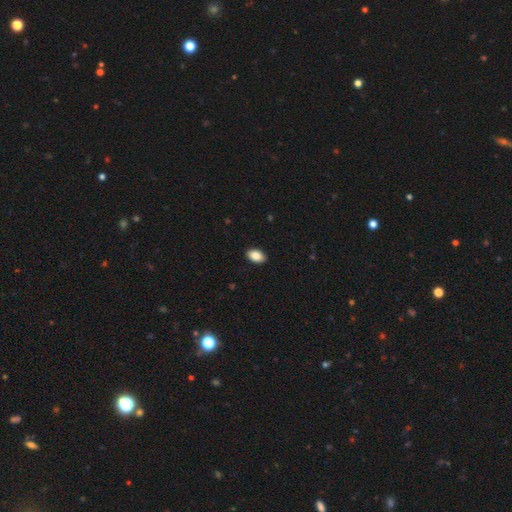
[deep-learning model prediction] A smooth galaxy with no disk features (86%) that is in between round and cigar-shaped (91%).

Vote fractions:
- Smooth or featured? smooth: 86% / star or artifact: 7% / featured or disk: 6%
- How rounded? in between: 91% / round: 7% / cigar-shaped: 1%
- Merging? none: 90% / minor disturbance: 7% / major disturbance: 2% / merger: 1%